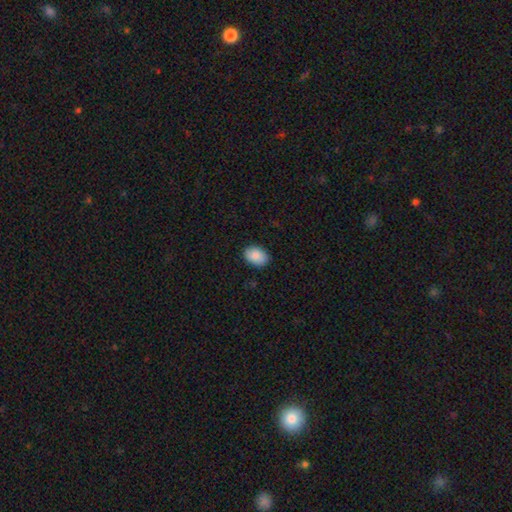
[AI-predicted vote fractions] A smooth galaxy with no disk features (88%) that is in between round and cigar-shaped (83%).

Vote fractions:
- Smooth or featured? smooth: 88% / star or artifact: 7% / featured or disk: 6%
- How rounded? in between: 83% / round: 16% / cigar-shaped: 1%
- Merging? none: 88% / minor disturbance: 9% / major disturbance: 2% / merger: 1%